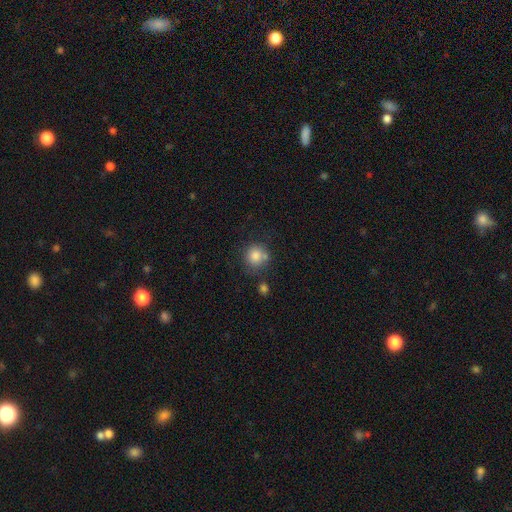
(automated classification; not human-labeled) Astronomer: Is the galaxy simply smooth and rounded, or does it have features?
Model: smooth — 83%.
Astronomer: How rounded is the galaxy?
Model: round — 89%.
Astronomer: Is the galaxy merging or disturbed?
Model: none — 66%.